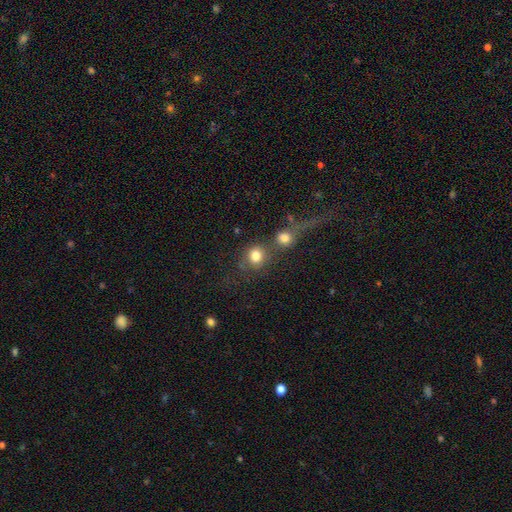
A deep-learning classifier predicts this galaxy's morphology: A smooth galaxy with no disk features (80%) that is round (85%). Merging: none (46%).